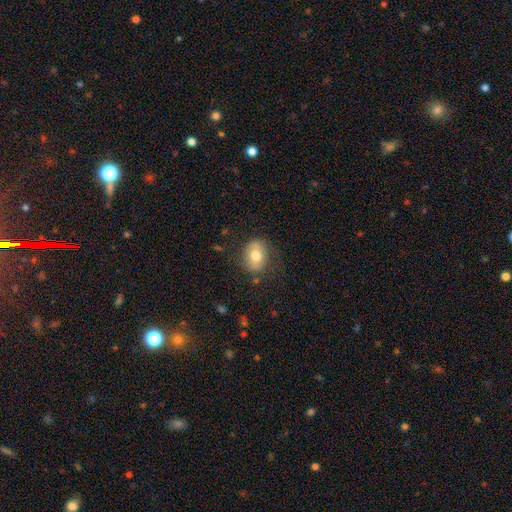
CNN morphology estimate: A smooth galaxy with no disk features (70%) that is in between round and cigar-shaped (57%). Merging: none (79%).